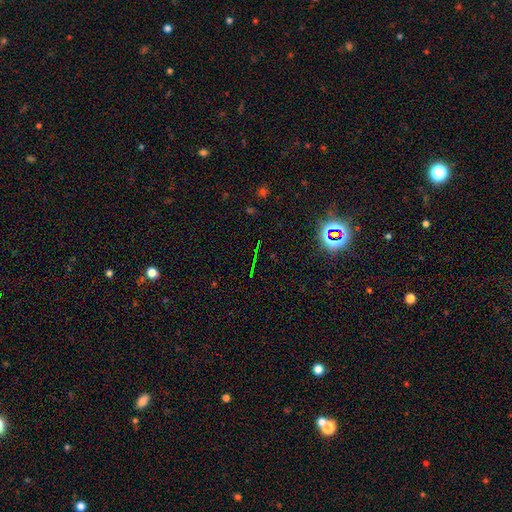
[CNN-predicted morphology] This appears to be a star or artifact, not a galaxy (76%).